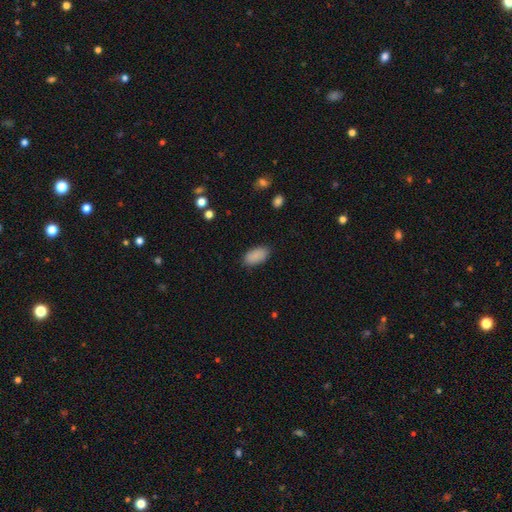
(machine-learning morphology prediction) This is clearly a smooth galaxy (89%). How rounded: clearly in between (94%). Merging: clearly none (85%).